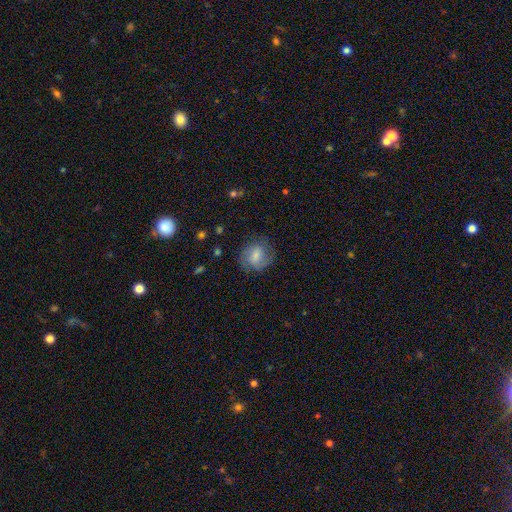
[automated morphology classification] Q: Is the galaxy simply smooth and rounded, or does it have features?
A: smooth — 68%.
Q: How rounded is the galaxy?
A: round — 63%.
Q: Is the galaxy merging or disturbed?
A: none — 70%.